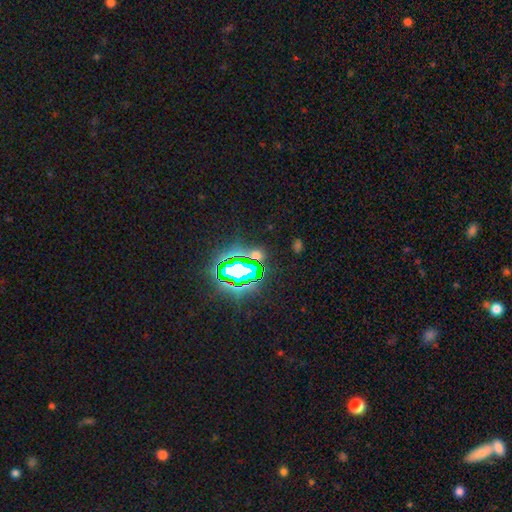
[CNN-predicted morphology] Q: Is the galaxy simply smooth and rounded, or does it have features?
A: star or artifact — 71%.